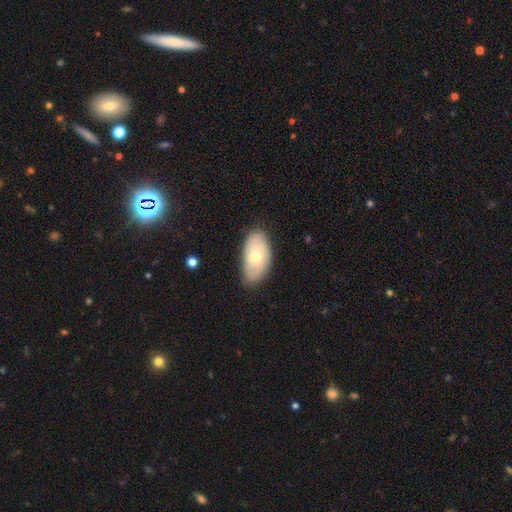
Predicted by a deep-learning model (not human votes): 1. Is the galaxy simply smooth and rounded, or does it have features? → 62% smooth, 32% featured or disk, 6% star or artifact.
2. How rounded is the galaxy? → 94% in between, 4% round, 2% cigar-shaped.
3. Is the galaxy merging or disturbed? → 79% none, 17% minor disturbance, 3% major disturbance, 1% merger.